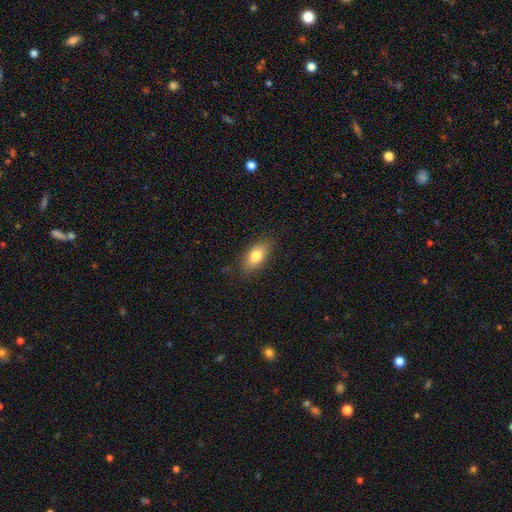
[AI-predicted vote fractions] The model was most divided on "smooth or featured": smooth: 78%, featured or disk: 14%, star or artifact: 8%. More confident: how rounded — in between (86%); merging — none (83%).